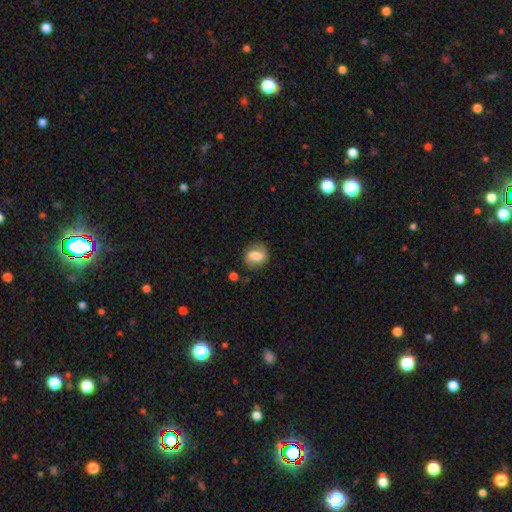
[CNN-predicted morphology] A smooth galaxy with no disk features (56%) that is round (56%).

Vote fractions:
- Smooth or featured? smooth: 56% / featured or disk: 35% / star or artifact: 9%
- How rounded? round: 56% / in between: 42% / cigar-shaped: 2%
- Merging? none: 74% / minor disturbance: 17% / major disturbance: 6% / merger: 2%